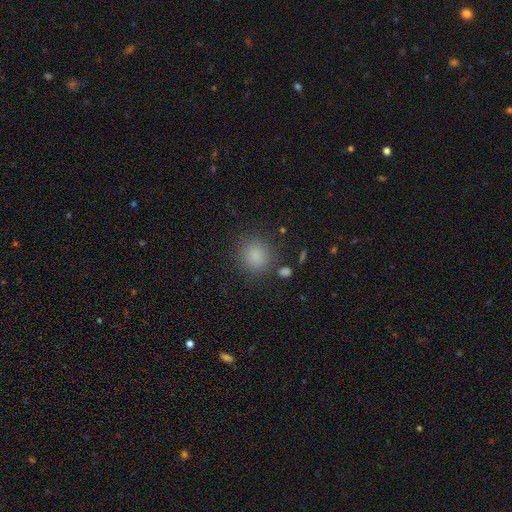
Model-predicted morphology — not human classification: Smooth or featured: smooth — 83% (star or artifact — 12%)
How rounded: round — 77% (in between — 22%)
Merging: none — 83% (minor disturbance — 10%)